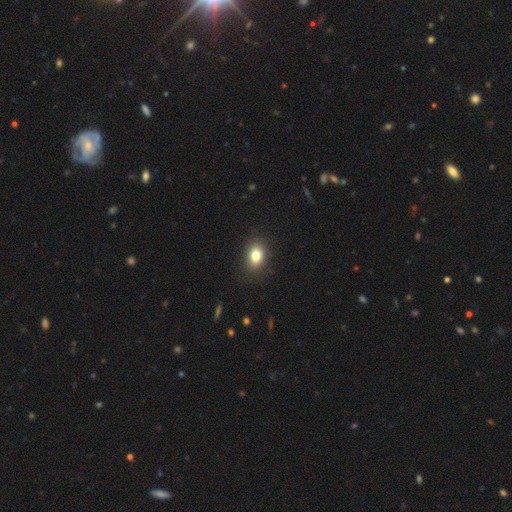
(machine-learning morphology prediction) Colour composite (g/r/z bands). It shows a smooth galaxy with no disk features (81%) that is in between round and cigar-shaped (71%). Merging: none (88%).